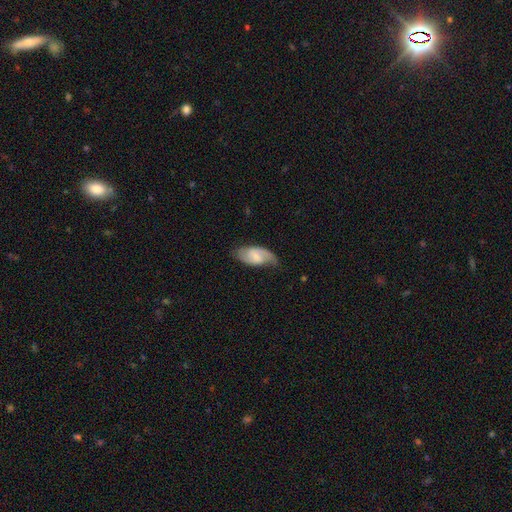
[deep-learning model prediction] Smooth or featured? featured or disk (65%)
Edge-on disk? no (95%)
Bar? weak (53%)
Spiral arms? yes (92%)
Spiral winding? medium (45%)
Spiral arm count? 2 (82%)
Bulge size? small (53%)
Merging? none (69%)